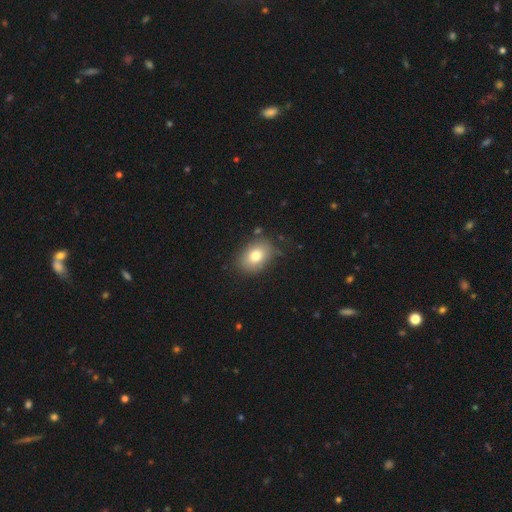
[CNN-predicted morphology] A smooth galaxy with no disk features (79%) that is in between round and cigar-shaped (78%).

Vote fractions:
- Smooth or featured? smooth: 79% / featured or disk: 12% / star or artifact: 9%
- How rounded? in between: 78% / round: 21% / cigar-shaped: 1%
- Merging? none: 79% / minor disturbance: 15% / major disturbance: 4% / merger: 2%